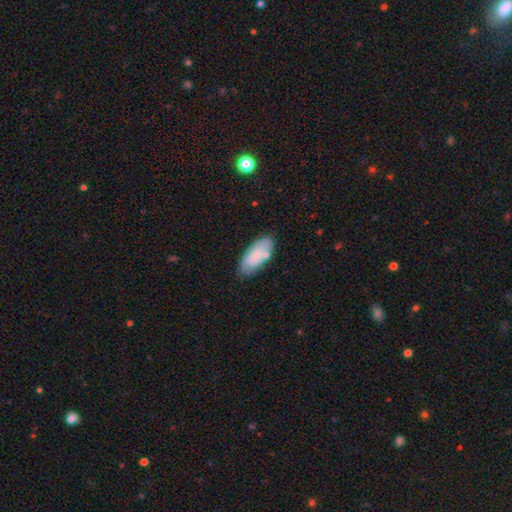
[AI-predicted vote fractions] A smooth galaxy with no disk features (76%) that is in between round and cigar-shaped (87%). Merging: none (70%).